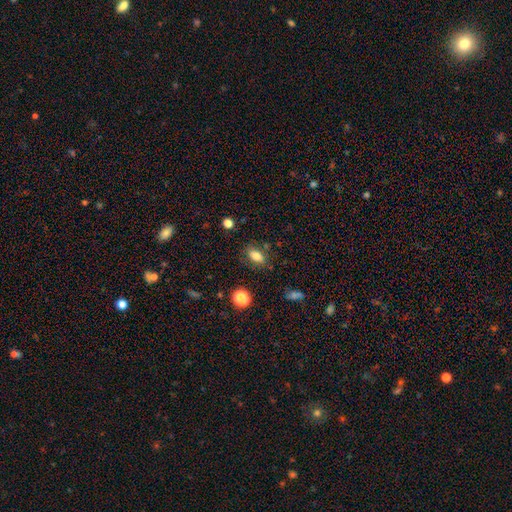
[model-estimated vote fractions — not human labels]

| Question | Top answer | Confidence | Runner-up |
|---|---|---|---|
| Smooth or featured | smooth | 80% | star or artifact (11%) |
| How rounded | in between | 83% | round (11%) |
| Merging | none | 79% | minor disturbance (14%) |